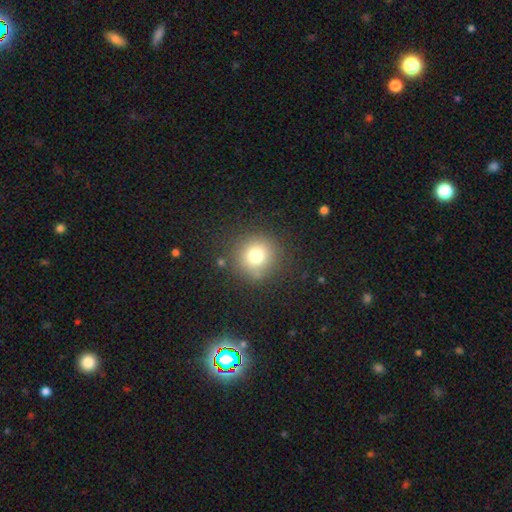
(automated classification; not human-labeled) This appears to be a smooth galaxy with no disk features (75%) that is round (93%). Merging: none (85%).